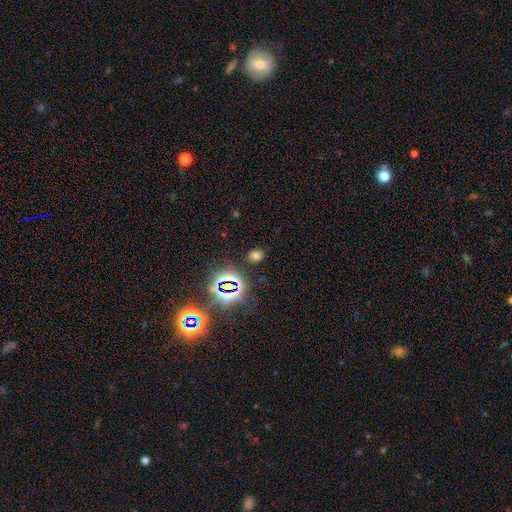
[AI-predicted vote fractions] smooth-or-featured: smooth: 60% | star or artifact: 33% | featured or disk: 6%
  how-rounded: round: 53% | in between: 46% | cigar-shaped: 1%
  merging: none: 85% | minor disturbance: 9% | major disturbance: 3% | merger: 2%